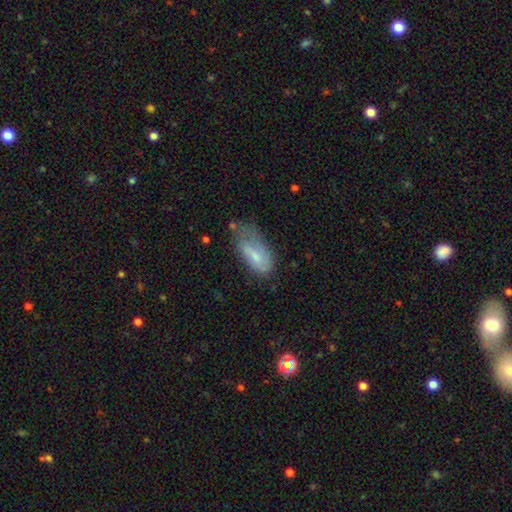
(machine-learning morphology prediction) smooth_or_featured: smooth (p=0.62) [alt: featured or disk p=0.30]
how_rounded: in between (p=0.86) [alt: cigar-shaped p=0.11]
merging: minor disturbance (p=0.38) [alt: none p=0.31]